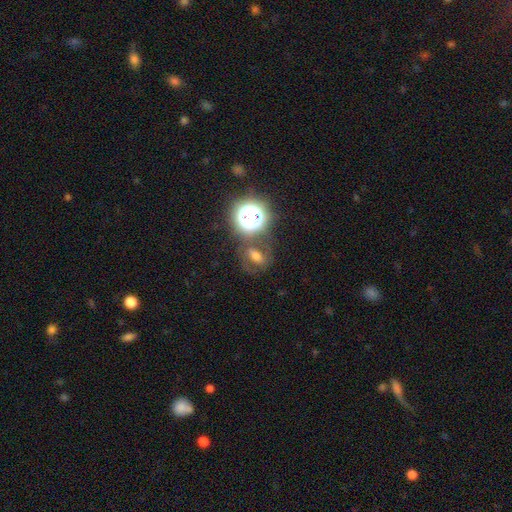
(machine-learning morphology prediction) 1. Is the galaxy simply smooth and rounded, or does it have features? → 49% smooth, 27% star or artifact, 24% featured or disk.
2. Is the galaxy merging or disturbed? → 60% none, 15% minor disturbance, 15% merger, 10% major disturbance.